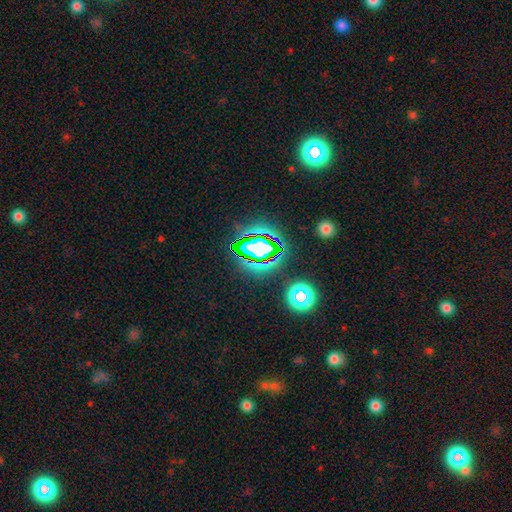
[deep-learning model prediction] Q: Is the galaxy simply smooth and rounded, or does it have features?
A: star or artifact — 73%.